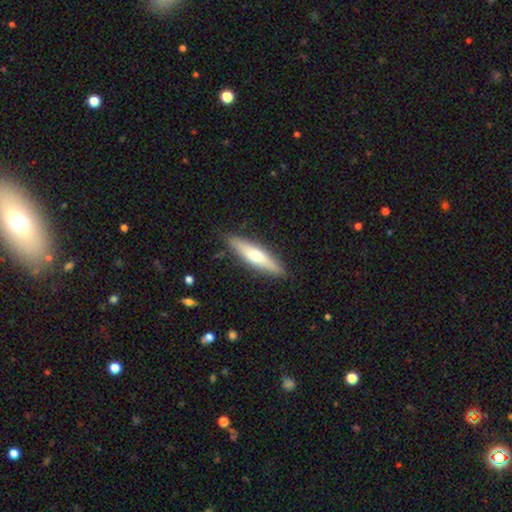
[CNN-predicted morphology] Smooth or featured? smooth (56%)
How rounded? cigar-shaped (79%)
Merging? none (87%)